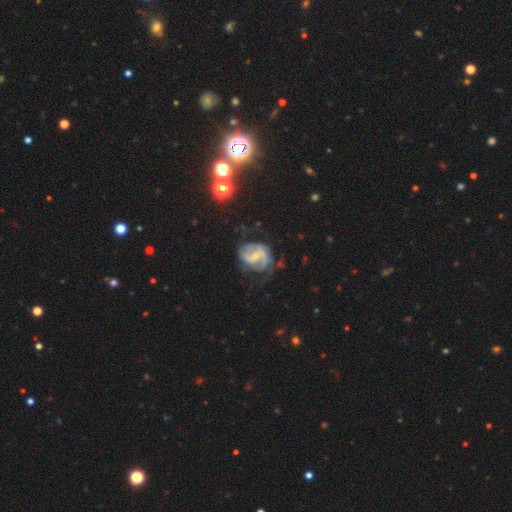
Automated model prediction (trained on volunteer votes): Smooth or featured? Predicted: featured or disk (p=0.83). Edge-on disk? Predicted: no (p=0.98). Bar? Predicted: weak (p=0.49). Spiral arms? Predicted: yes (p=0.92). Spiral winding? Predicted: medium (p=0.47). Spiral arm count? Predicted: 2 (p=0.71). Bulge size? Predicted: small (p=0.61). Merging? Predicted: none (p=0.53).